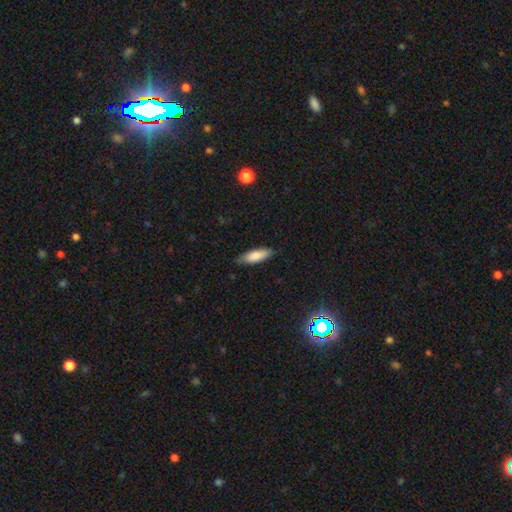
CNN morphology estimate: This is clearly a smooth galaxy (83%). How rounded: possibly in between (56%). Merging: clearly none (81%).